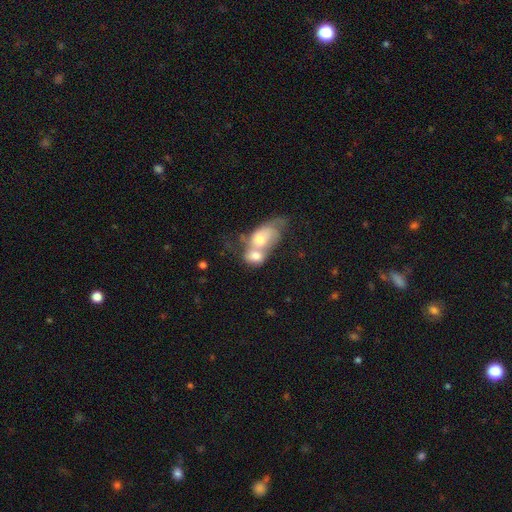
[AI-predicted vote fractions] Smooth or featured? smooth (64%)
How rounded? in between (69%)
Merging? merger (81%)